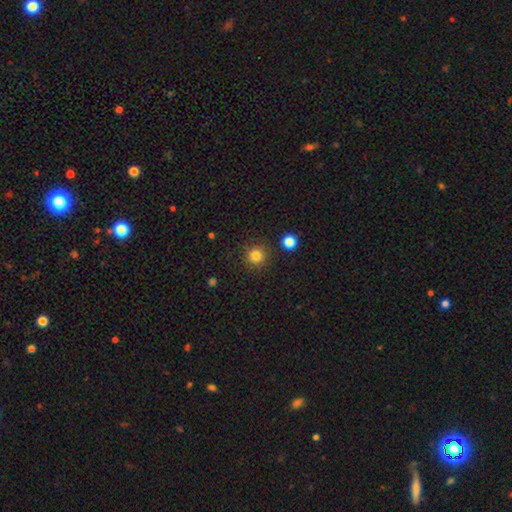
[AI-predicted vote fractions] smooth 83%, star or artifact 12%, featured or disk 5%. Down the decision tree: how rounded — round (95%); merging — none (90%).